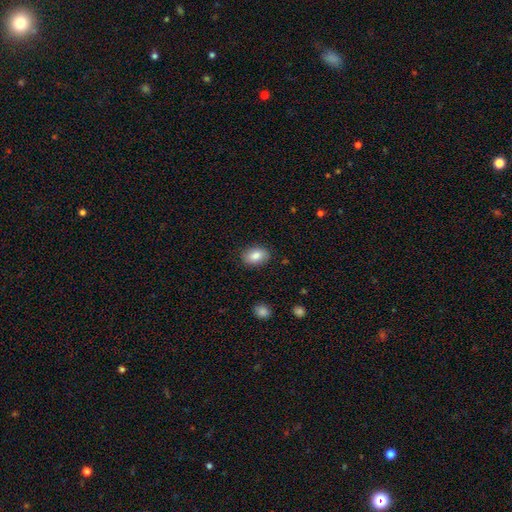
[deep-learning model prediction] Smooth or featured? Predicted: smooth (p=0.85). How rounded? Predicted: in between (p=0.84). Merging? Predicted: none (p=0.86).